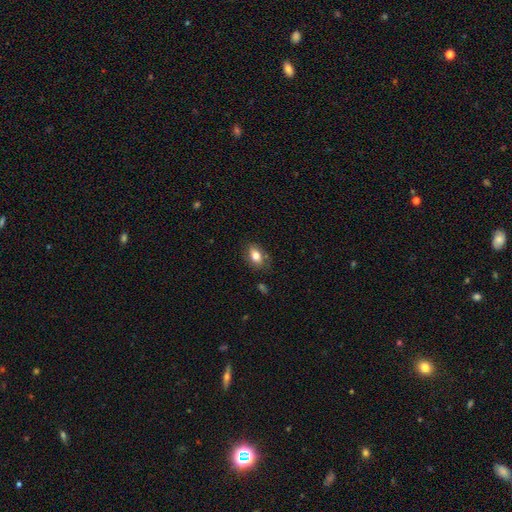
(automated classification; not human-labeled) smooth-or-featured: smooth: 79% | featured or disk: 13% | star or artifact: 8%
  how-rounded: in between: 85% | round: 12% | cigar-shaped: 3%
  merging: none: 76% | minor disturbance: 17% | major disturbance: 4% | merger: 3%